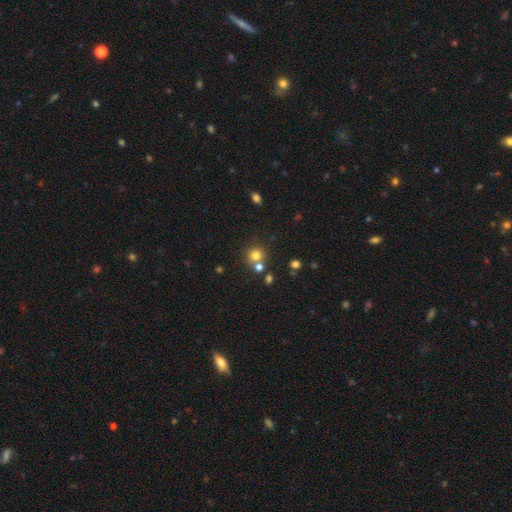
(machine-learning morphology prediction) smooth 75%, star or artifact 16%, featured or disk 9%. Down the decision tree: how rounded — round (89%); merging — none (63%).